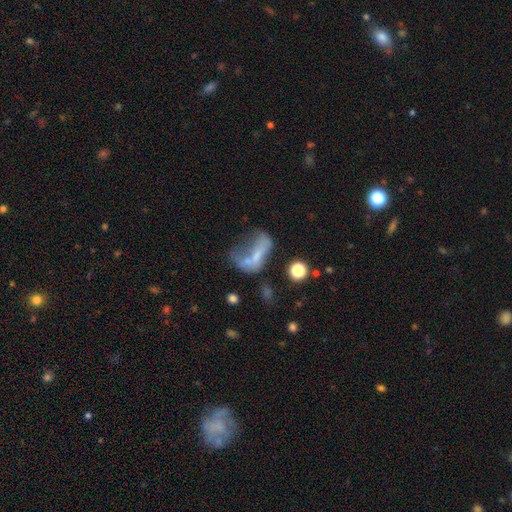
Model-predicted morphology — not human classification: smooth 47%, featured or disk 38%, star or artifact 16%. Down the decision tree: merging — major disturbance (35%).